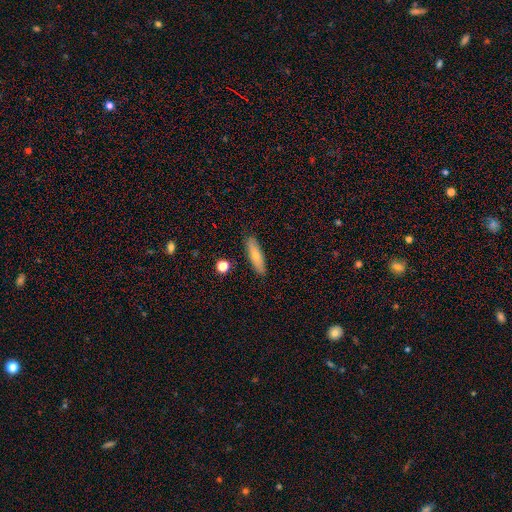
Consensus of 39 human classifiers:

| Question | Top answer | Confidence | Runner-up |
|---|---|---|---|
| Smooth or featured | smooth | 79% | featured or disk (18%) |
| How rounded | cigar-shaped | 90% | in between (10%) |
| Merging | none | 92% | minor disturbance (5%) |